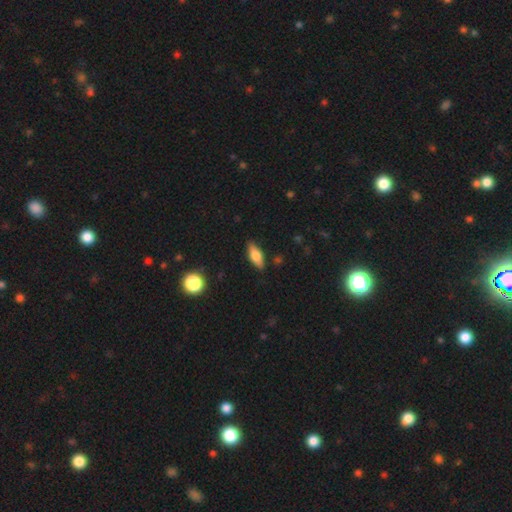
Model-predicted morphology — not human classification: The model was most divided on "how rounded": in between: 70%, cigar-shaped: 27%, round: 3%. More confident: merging — none (86%); smooth or featured — smooth (69%).